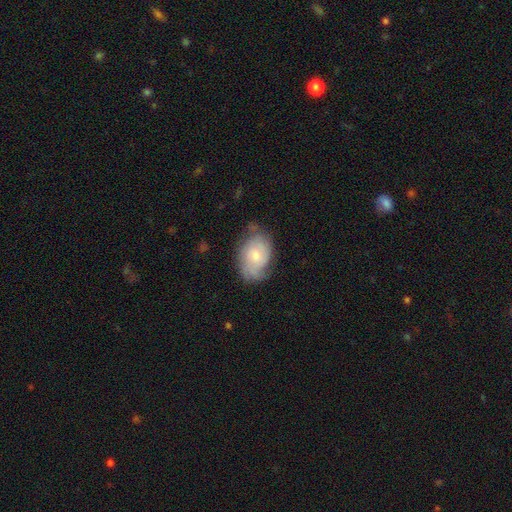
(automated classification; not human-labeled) Smooth or featured? featured or disk (53%)
Edge-on disk? no (96%)
Bar? no (73%)
Spiral arms? yes (82%)
Bulge size? small (49%)
Merging? none (56%)